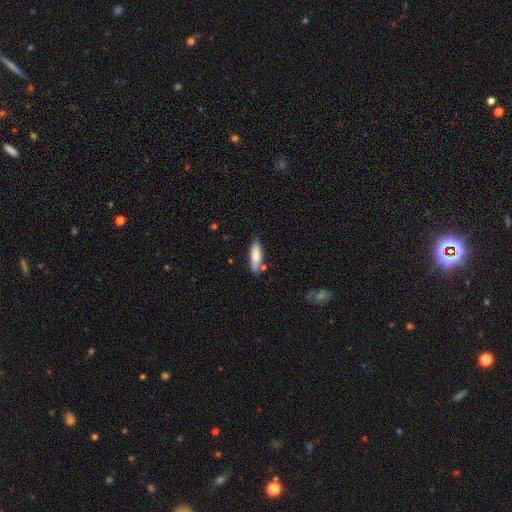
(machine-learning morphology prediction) A smooth galaxy with no disk features (82%) that is cigar-shaped (50%).

Vote fractions:
- Smooth or featured? smooth: 82% / featured or disk: 12% / star or artifact: 6%
- How rounded? cigar-shaped: 50% / in between: 49% / round: 2%
- Merging? none: 74% / minor disturbance: 17% / merger: 6% / major disturbance: 3%